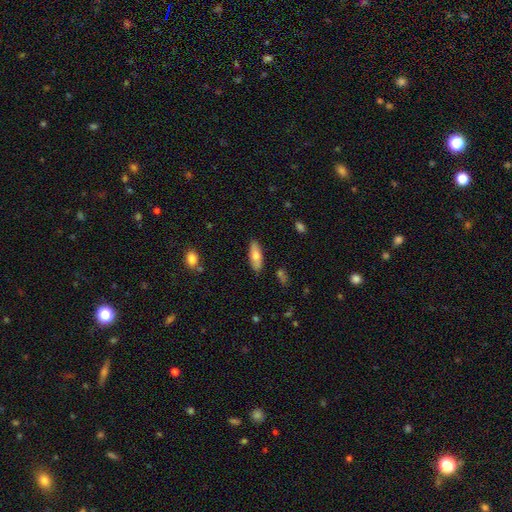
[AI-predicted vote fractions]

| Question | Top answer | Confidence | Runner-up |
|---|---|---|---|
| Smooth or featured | smooth | 70% | featured or disk (24%) |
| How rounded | in between | 72% | cigar-shaped (26%) |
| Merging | none | 85% | minor disturbance (11%) |